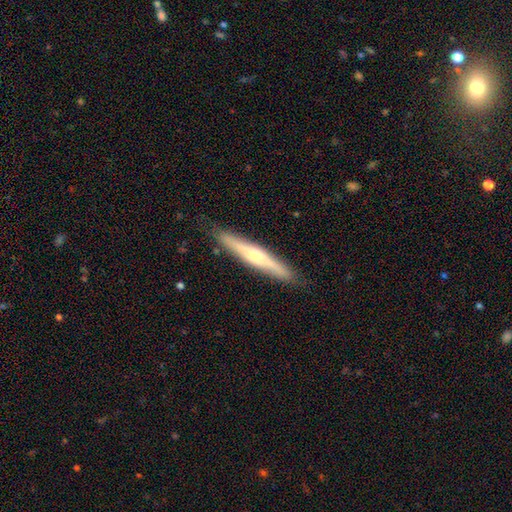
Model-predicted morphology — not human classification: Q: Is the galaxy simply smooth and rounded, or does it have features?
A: featured or disk — 59%.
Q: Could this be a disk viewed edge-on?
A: yes — 91%.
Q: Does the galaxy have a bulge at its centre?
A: rounded — 80%.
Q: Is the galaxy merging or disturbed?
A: none — 87%.